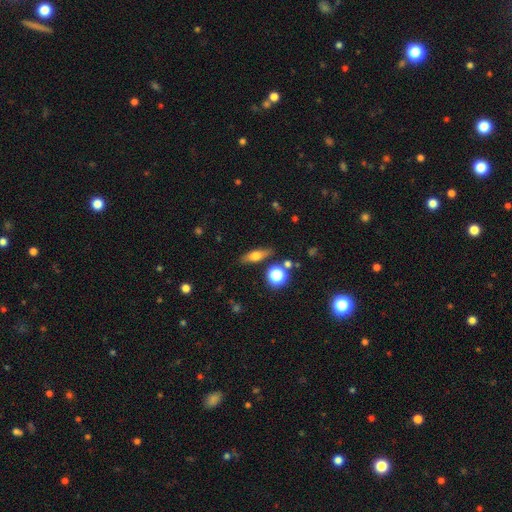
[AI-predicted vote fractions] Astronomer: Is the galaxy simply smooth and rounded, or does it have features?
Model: smooth — 57% (runner-up: featured or disk, 32%).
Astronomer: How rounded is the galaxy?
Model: in between — 50% (runner-up: cigar-shaped, 40%).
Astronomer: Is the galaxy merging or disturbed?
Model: none — 83%.